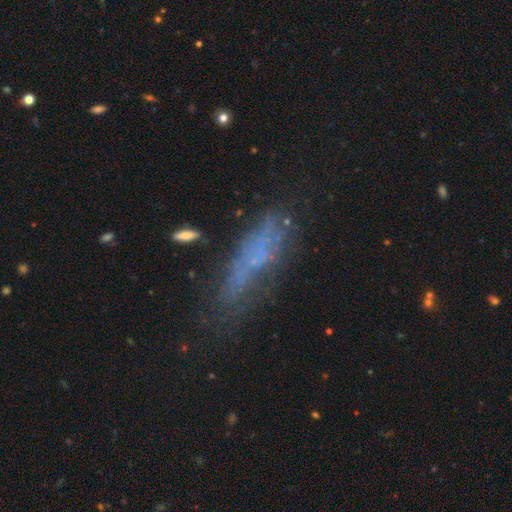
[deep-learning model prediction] smooth 44%, featured or disk 40%, star or artifact 17%. Down the decision tree: merging — none (49%).